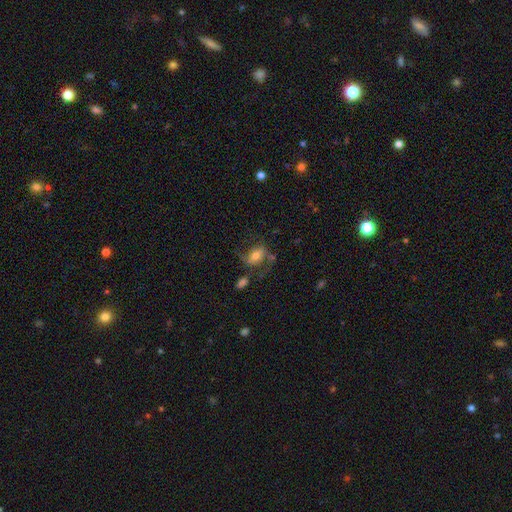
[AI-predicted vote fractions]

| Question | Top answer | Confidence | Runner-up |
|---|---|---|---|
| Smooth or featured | featured or disk | 46% | smooth (44%) |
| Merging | none | 48% | major disturbance (23%) |